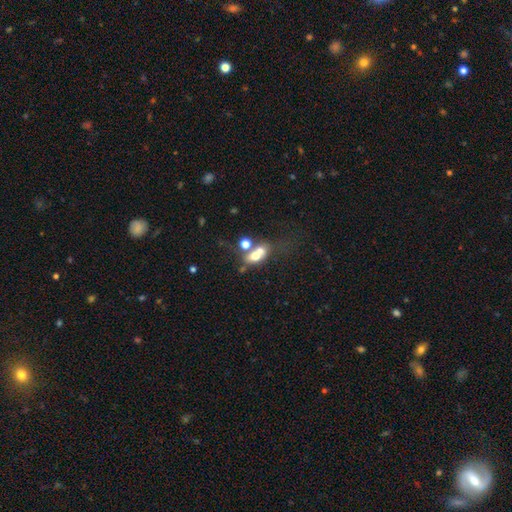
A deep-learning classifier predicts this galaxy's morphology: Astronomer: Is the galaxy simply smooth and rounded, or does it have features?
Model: smooth — 61%.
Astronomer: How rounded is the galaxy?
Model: in between — 64%.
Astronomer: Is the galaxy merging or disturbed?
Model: merger — 54%.